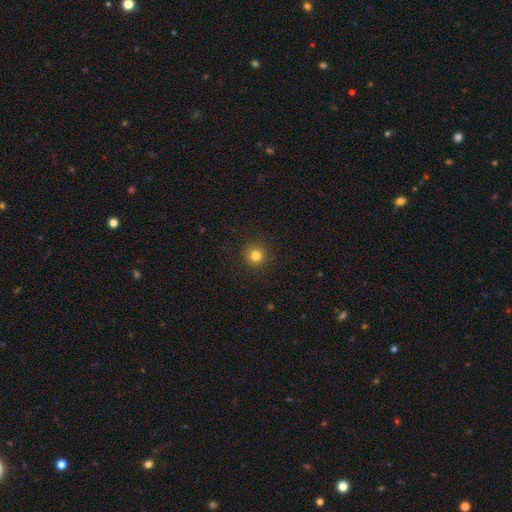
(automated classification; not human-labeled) A smooth galaxy with no disk features (81%) that is round (95%). Merging: none (92%).